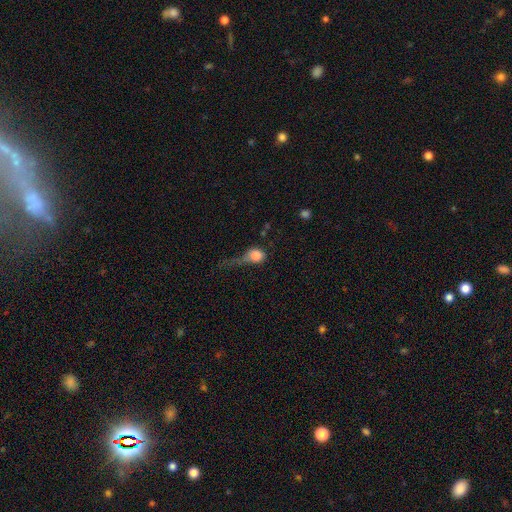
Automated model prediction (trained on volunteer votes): smooth-or-featured: smooth: 76% | featured or disk: 14% | star or artifact: 9%
  how-rounded: round: 68% | in between: 29% | cigar-shaped: 3%
  merging: major disturbance: 45% | none: 24% | minor disturbance: 22% | merger: 8%